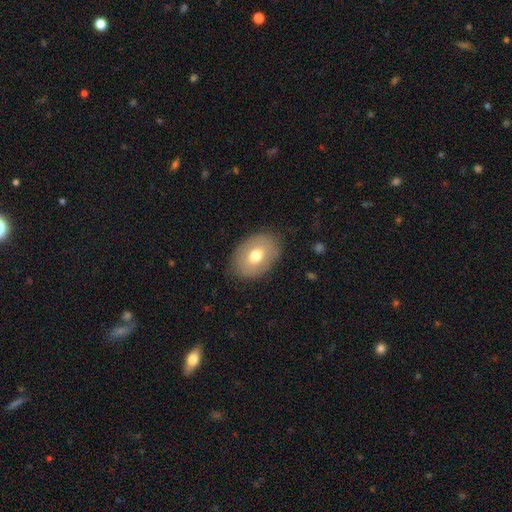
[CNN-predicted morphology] A smooth galaxy with no disk features (69%) that is in between round and cigar-shaped (77%).

Vote fractions:
- Smooth or featured? smooth: 69% / featured or disk: 23% / star or artifact: 8%
- How rounded? in between: 77% / round: 22% / cigar-shaped: 1%
- Merging? none: 82% / minor disturbance: 13% / major disturbance: 4% / merger: 1%